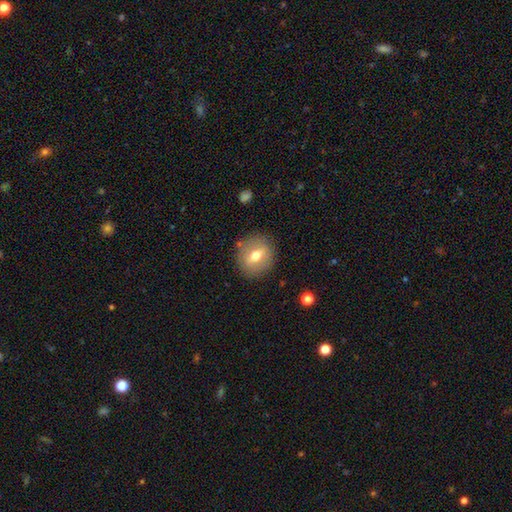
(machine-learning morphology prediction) smooth-or-featured: smooth: 54% | featured or disk: 37% | star or artifact: 9%
  how-rounded: round: 76% | in between: 22% | cigar-shaped: 2%
  merging: none: 86% | minor disturbance: 10% | major disturbance: 3% | merger: 2%